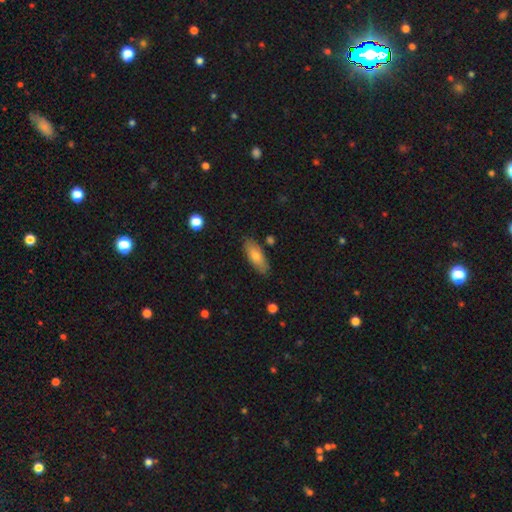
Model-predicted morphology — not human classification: A smooth galaxy with no disk features (71%) that is in between round and cigar-shaped (75%). Merging: none (84%).